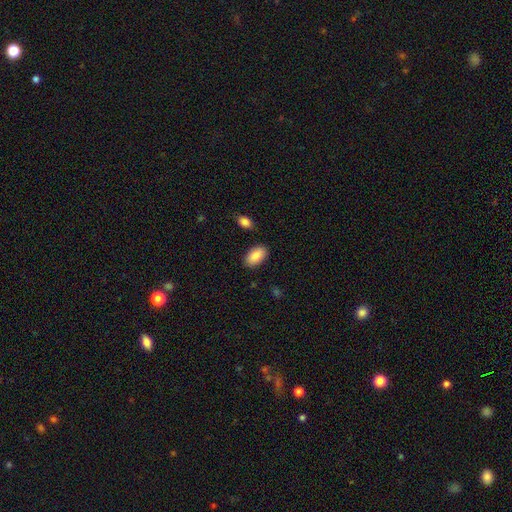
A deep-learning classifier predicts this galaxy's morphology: smooth 87%, featured or disk 7%, star or artifact 6%. Down the decision tree: how rounded — in between (95%); merging — none (86%).